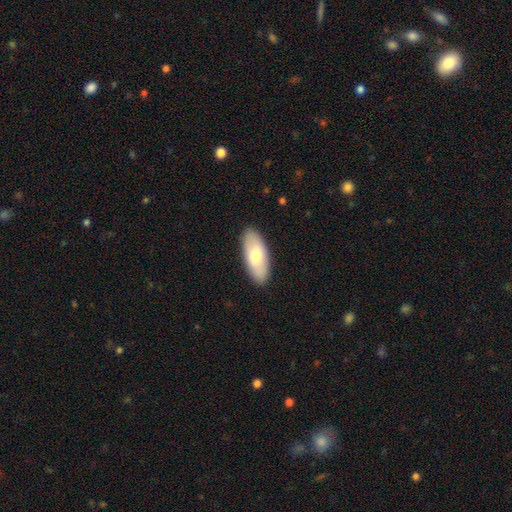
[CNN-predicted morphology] smooth-or-featured: smooth: 71% | featured or disk: 24% | star or artifact: 5%
  how-rounded: in between: 84% | cigar-shaped: 14% | round: 2%
  merging: none: 89% | minor disturbance: 9% | major disturbance: 2% | merger: 1%